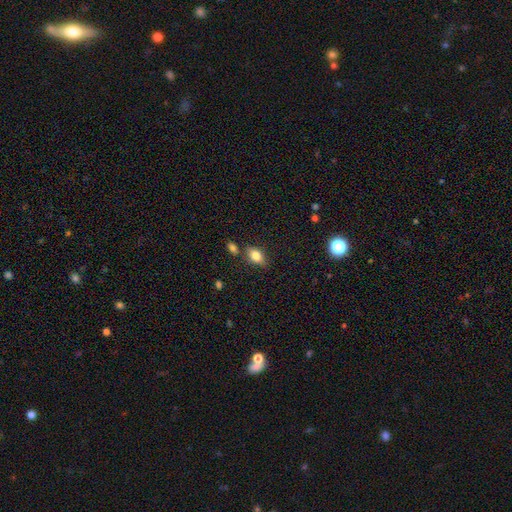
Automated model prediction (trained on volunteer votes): smooth_or_featured: smooth (p=0.80) [alt: featured or disk p=0.11]
how_rounded: in between (p=0.85) [alt: round p=0.12]
merging: none (p=0.73) [alt: minor disturbance p=0.14]